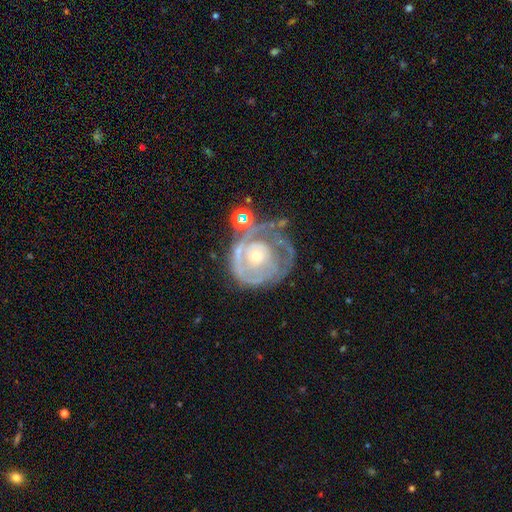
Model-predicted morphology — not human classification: featured or disk 78%, smooth 15%, star or artifact 7%. Down the decision tree: edge-on disk — no (97%); bar — no (84%); spiral arms — yes (69%); spiral arm count — can't tell (44%); spiral winding — tight (69%); bulge size — small (58%); merging — none (42%).